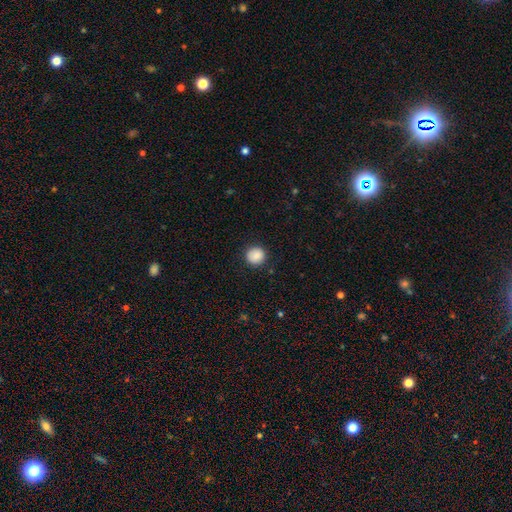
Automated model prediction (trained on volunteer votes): Morphology: type=smooth (87%); roundness=round (92%); merging=none (89%).